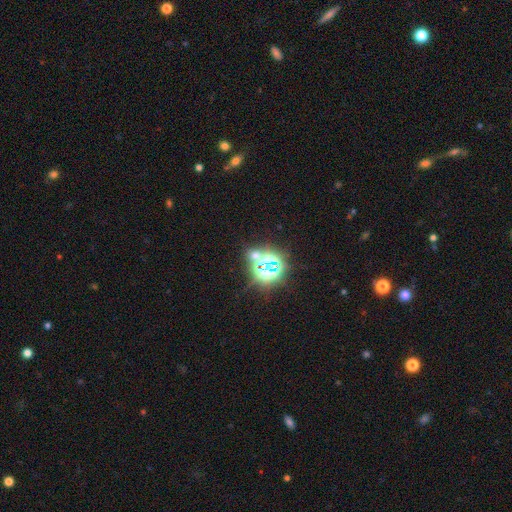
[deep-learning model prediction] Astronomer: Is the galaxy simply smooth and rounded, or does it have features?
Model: star or artifact — 72%.